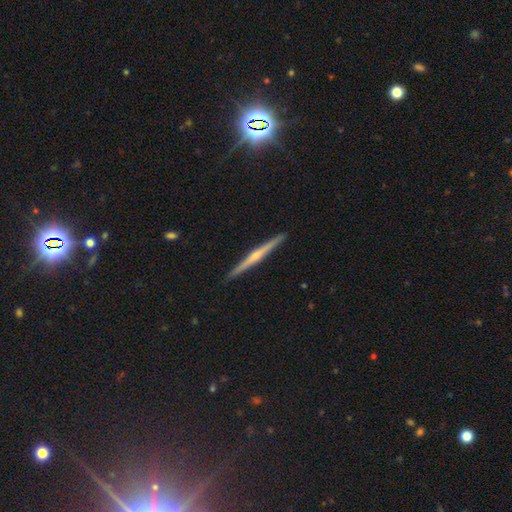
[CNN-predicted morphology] Smooth or featured?
  - featured or disk: 76% *
  - smooth: 19%
  - star or artifact: 6%
Edge-on disk?
  - yes: 98% *
  - no: 2%
Edge-on bulge?
  - rounded: 75% *
  - none: 20%
  - boxy: 5%
Merging?
  - none: 92% *
  - minor disturbance: 5%
  - major disturbance: 1%
  - merger: 1%